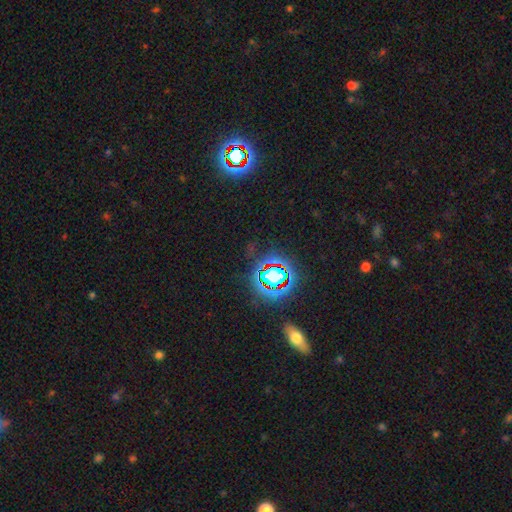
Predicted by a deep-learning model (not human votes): Q: Smooth or featured?
A: star or artifact (77%); runner-up: smooth (14%)